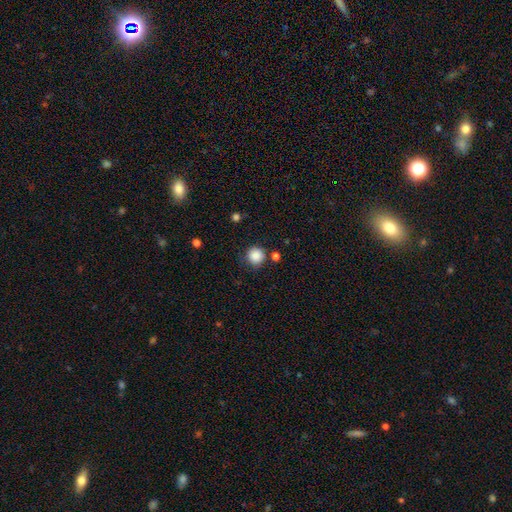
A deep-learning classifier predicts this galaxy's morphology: A smooth galaxy with no disk features (87%) that is round (94%). Merging: none (80%).